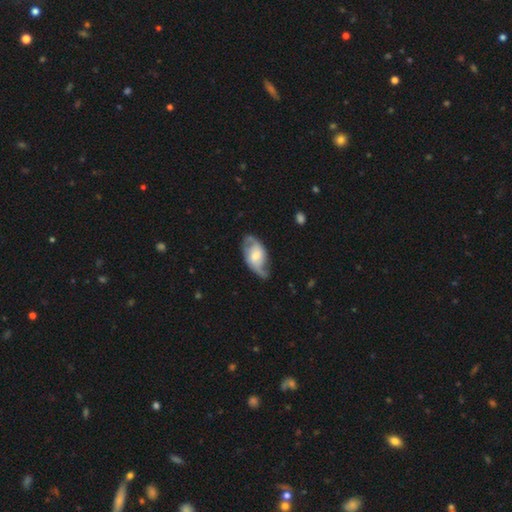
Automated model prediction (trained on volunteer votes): Overall: featured or disk (66%; smooth 29%). Edge-on disk: no (93%). Bar: no (46%; weak 42%). Spiral arms: yes (84%). Spiral arm count: 2 (79%). Spiral winding: loose (42%; medium 41%). Bulge size: moderate (45%; small 28%). Merging: none (58%; minor disturbance 27%).